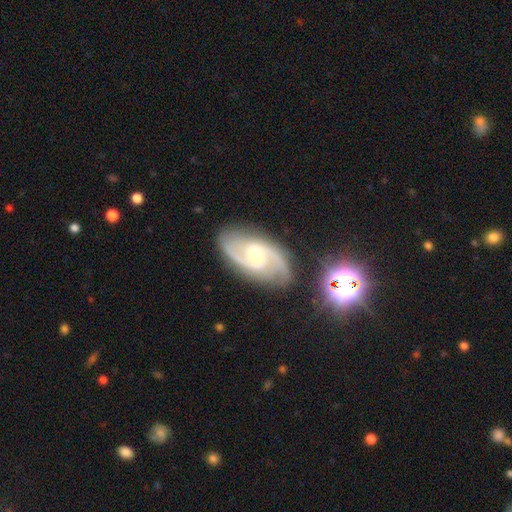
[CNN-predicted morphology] featured or disk 86%, smooth 7%, star or artifact 7%. Down the decision tree: edge-on disk — no (96%); bar — weak (48%); spiral arms — yes (97%); spiral arm count — 2 (84%); spiral winding — medium (52%); bulge size — moderate (58%); merging — none (82%).